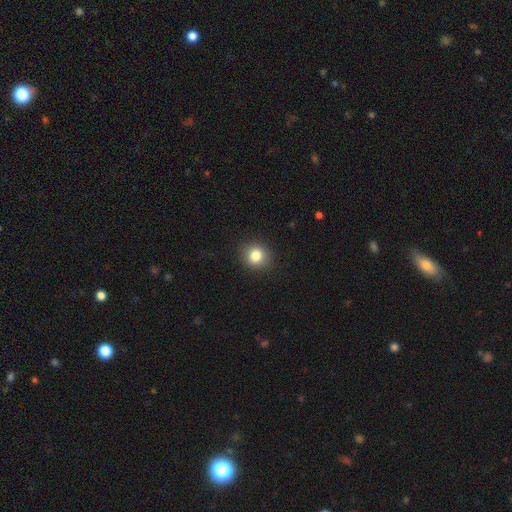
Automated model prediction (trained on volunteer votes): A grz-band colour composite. It shows a smooth galaxy with no disk features (83%) that is round (82%). Merging: none (90%).